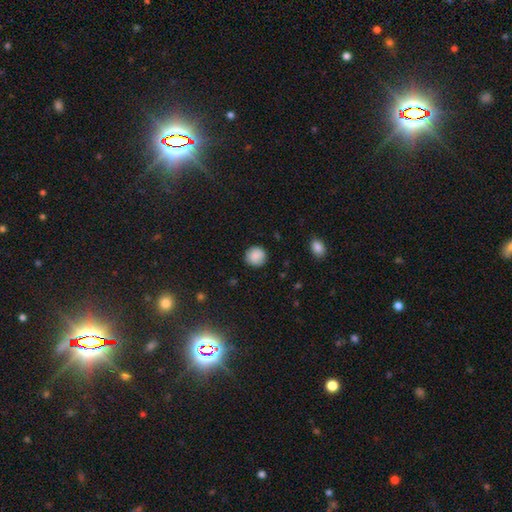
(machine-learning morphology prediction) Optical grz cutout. It shows a smooth galaxy with no disk features (88%) that is round (93%). Merging: none (86%).